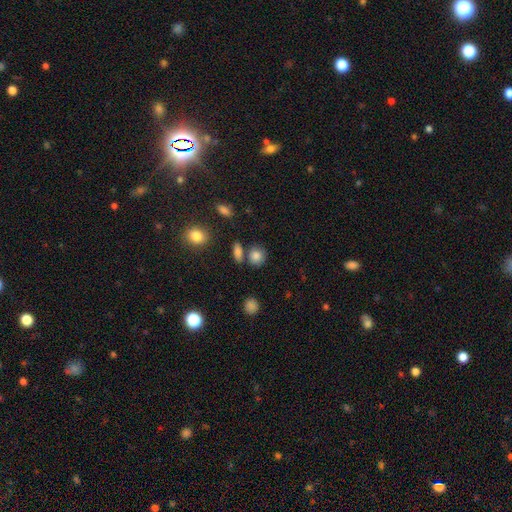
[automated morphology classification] smooth-or-featured: smooth: 83% | star or artifact: 10% | featured or disk: 6%
  how-rounded: round: 72% | in between: 26% | cigar-shaped: 2%
  merging: none: 70% | merger: 14% | minor disturbance: 12% | major disturbance: 4%